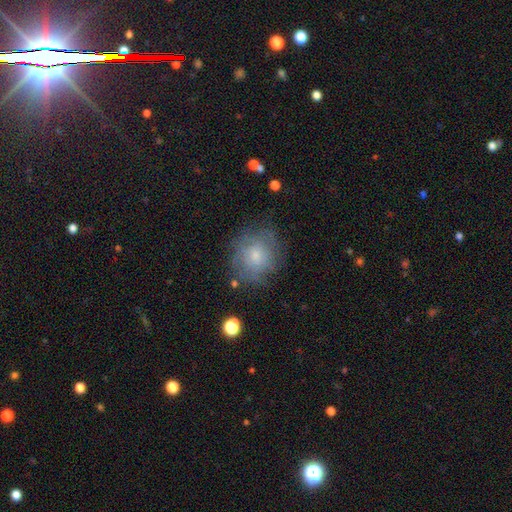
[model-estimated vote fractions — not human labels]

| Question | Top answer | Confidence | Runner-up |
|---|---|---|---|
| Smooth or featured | smooth | 56% | featured or disk (34%) |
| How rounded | round | 80% | in between (19%) |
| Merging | none | 69% | minor disturbance (19%) |